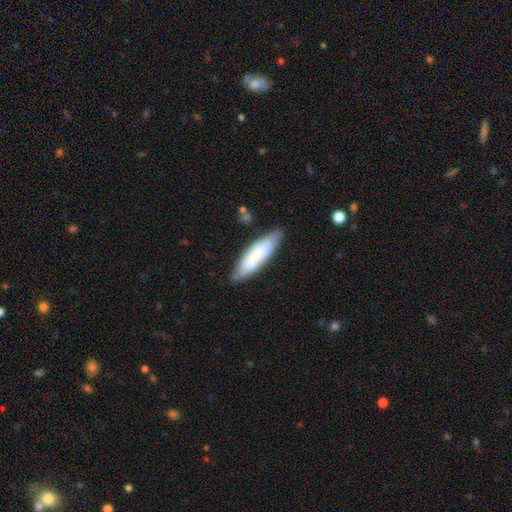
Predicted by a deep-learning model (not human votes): Smooth or featured: smooth — 66% (featured or disk — 28%)
How rounded: cigar-shaped — 59% (in between — 39%)
Merging: none — 77% (minor disturbance — 18%)